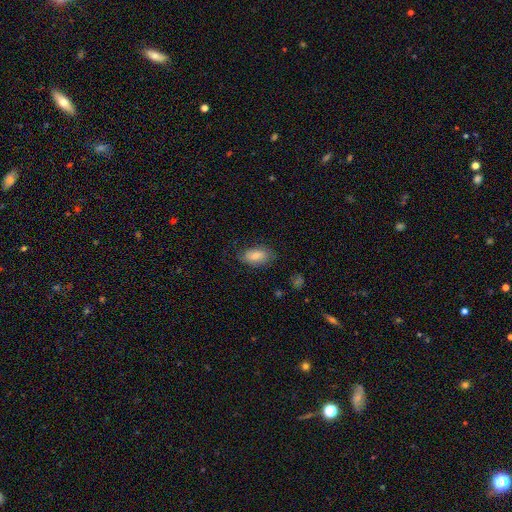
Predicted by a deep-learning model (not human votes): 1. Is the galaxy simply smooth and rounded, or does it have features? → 83% smooth, 10% featured or disk, 7% star or artifact.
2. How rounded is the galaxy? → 93% in between, 4% round, 3% cigar-shaped.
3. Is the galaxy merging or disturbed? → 74% none, 19% minor disturbance, 6% major disturbance, 1% merger.